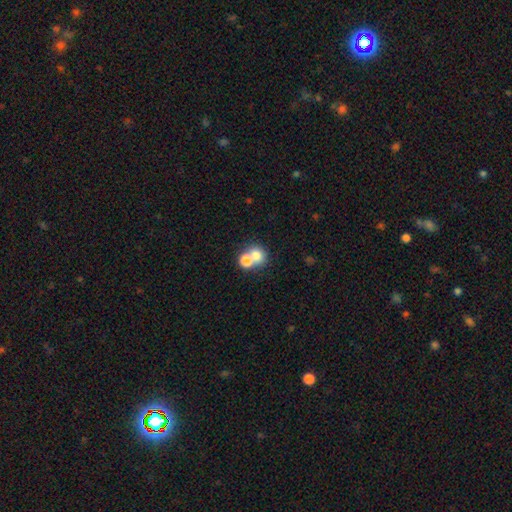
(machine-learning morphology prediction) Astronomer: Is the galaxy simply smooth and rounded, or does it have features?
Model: smooth — 73%.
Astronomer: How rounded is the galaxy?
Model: round — 74%.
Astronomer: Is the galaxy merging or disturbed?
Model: merger — 54% (runner-up: none, 37%).